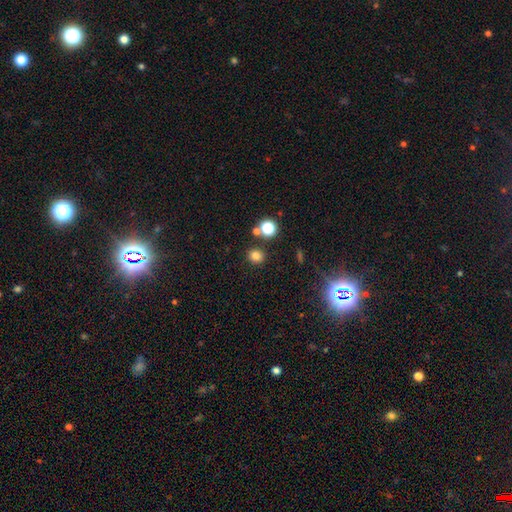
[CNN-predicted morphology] type=smooth (79%); roundness=round (81%); merging=none (82%).